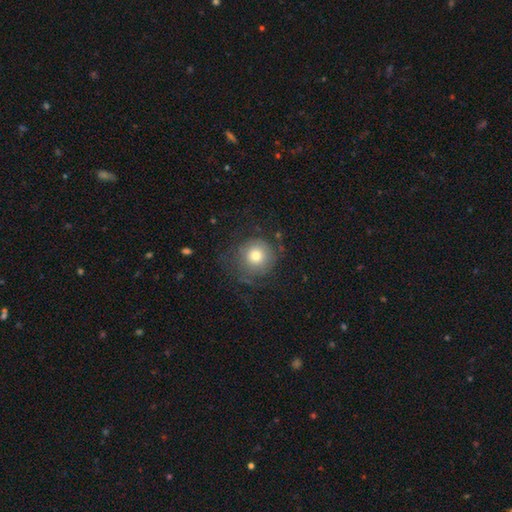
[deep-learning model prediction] A smooth galaxy with no disk features (66%) that is round (93%).

Vote fractions:
- Smooth or featured? smooth: 66% / featured or disk: 24% / star or artifact: 10%
- How rounded? round: 93% / in between: 6% / cigar-shaped: 1%
- Merging? none: 66% / minor disturbance: 17% / major disturbance: 16% / merger: 2%